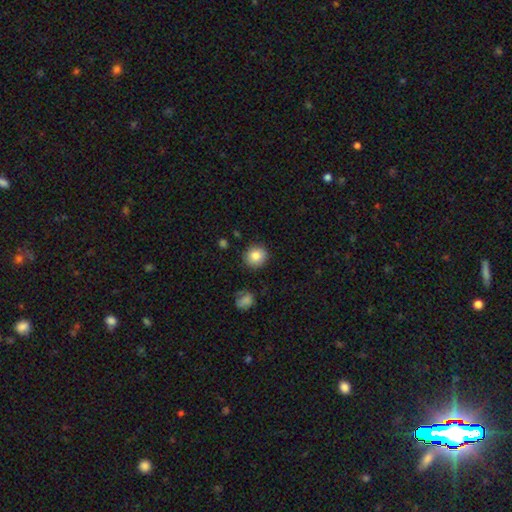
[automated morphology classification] smooth_or_featured: smooth (p=0.85) [alt: star or artifact p=0.09]
how_rounded: round (p=0.89) [alt: in between p=0.10]
merging: none (p=0.88) [alt: minor disturbance p=0.08]